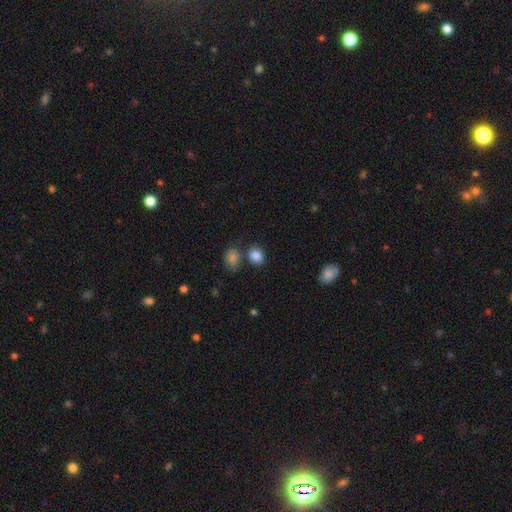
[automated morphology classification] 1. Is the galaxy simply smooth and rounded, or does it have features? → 85% smooth, 10% star or artifact, 5% featured or disk.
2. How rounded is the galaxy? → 51% in between, 48% round, 1% cigar-shaped.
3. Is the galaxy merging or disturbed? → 66% none, 17% merger, 13% minor disturbance, 4% major disturbance.